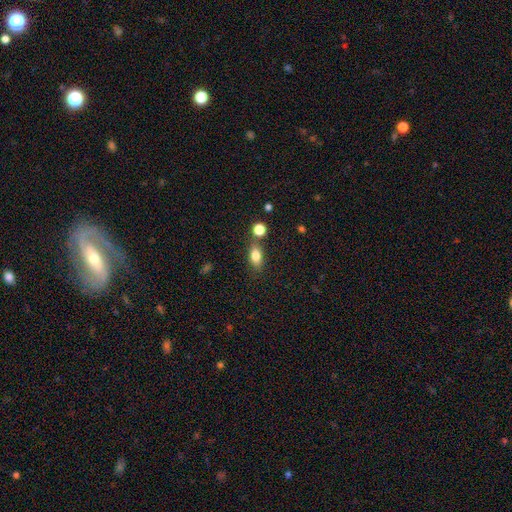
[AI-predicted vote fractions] Morphology: type=smooth (80%); roundness=in between (80%); merging=none (67%).